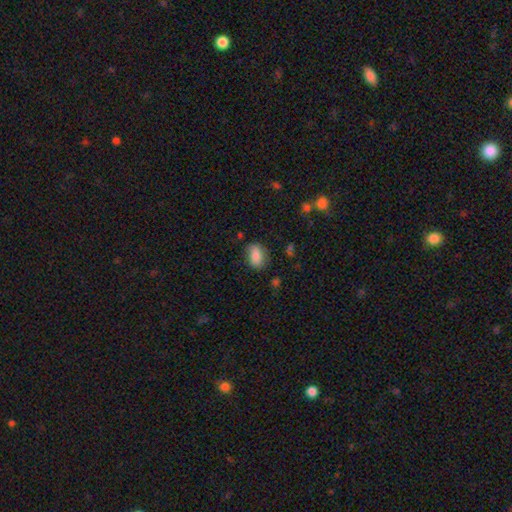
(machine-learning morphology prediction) smooth_or_featured: smooth (p=0.82) [alt: featured or disk p=0.10]
how_rounded: in between (p=0.81) [alt: round p=0.17]
merging: none (p=0.73) [alt: minor disturbance p=0.20]